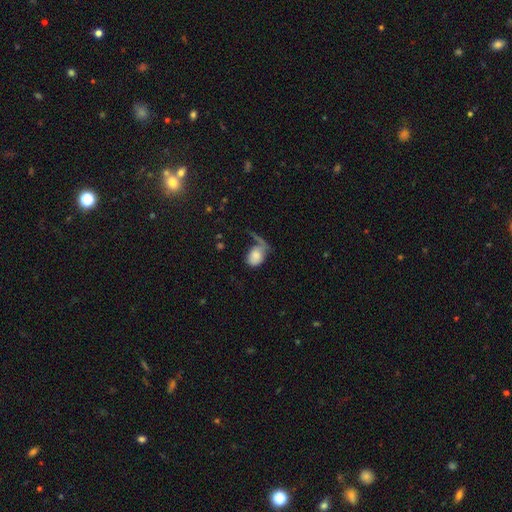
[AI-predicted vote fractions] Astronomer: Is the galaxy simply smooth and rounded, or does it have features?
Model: smooth — 68%.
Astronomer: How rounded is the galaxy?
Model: in between — 73%.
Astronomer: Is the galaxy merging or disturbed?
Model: major disturbance — 40% (runner-up: none, 26%).